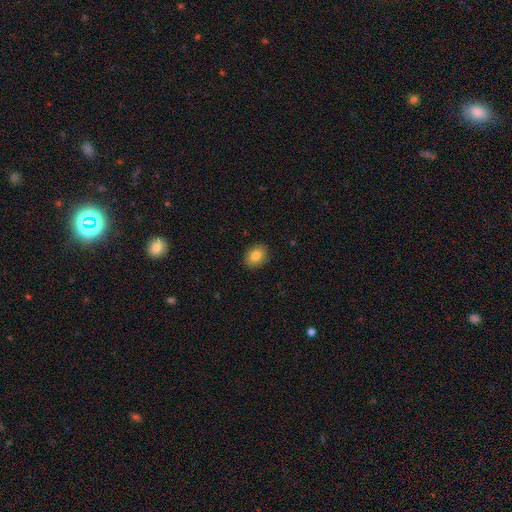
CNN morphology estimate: smooth_or_featured: smooth (p=0.83) [alt: star or artifact p=0.09]
how_rounded: in between (p=0.55) [alt: round p=0.44]
merging: none (p=0.89) [alt: minor disturbance p=0.08]